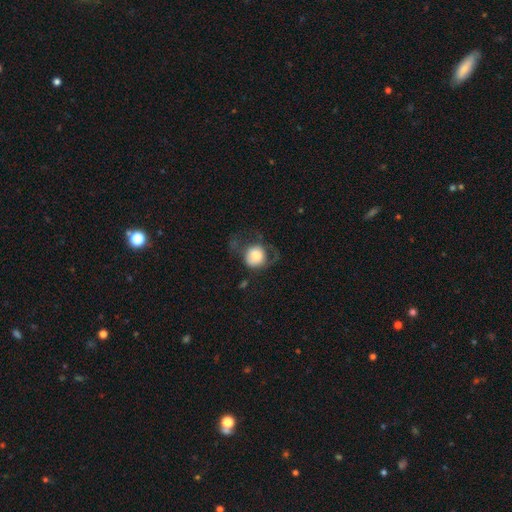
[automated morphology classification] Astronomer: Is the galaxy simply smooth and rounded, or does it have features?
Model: smooth — 69%.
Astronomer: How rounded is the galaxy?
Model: round — 81%.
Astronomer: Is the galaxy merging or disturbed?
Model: major disturbance — 43% (runner-up: none, 32%).